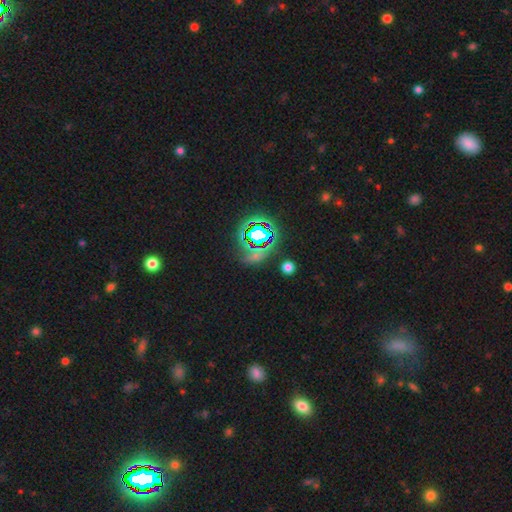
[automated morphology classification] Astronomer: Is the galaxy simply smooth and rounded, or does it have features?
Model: star or artifact — 66%.